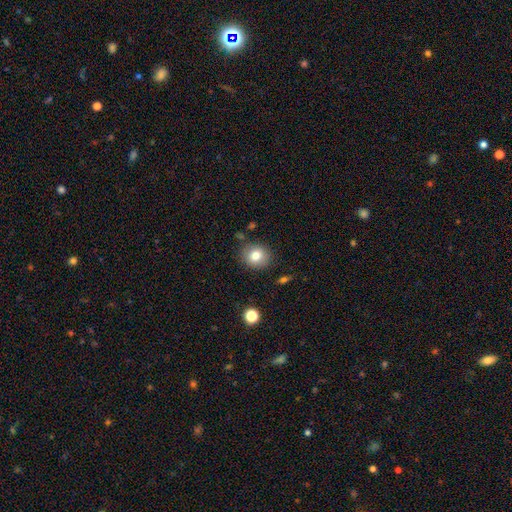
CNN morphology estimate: Smooth or featured?
  - smooth: 79% *
  - featured or disk: 11%
  - star or artifact: 10%
How rounded?
  - round: 79% *
  - in between: 20%
  - cigar-shaped: 1%
Merging?
  - none: 85% *
  - minor disturbance: 9%
  - major disturbance: 3%
  - merger: 3%